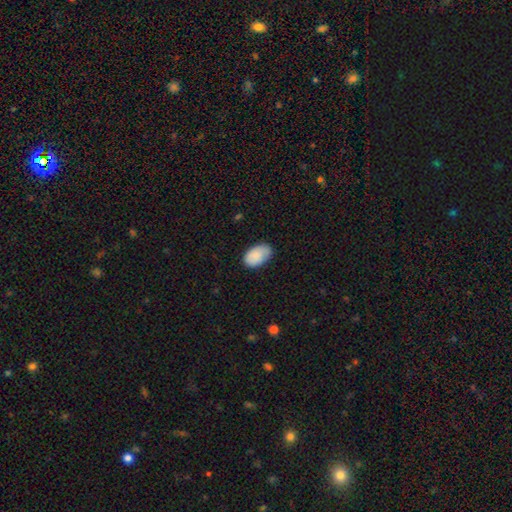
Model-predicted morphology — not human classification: type=smooth (86%); roundness=in between (93%); merging=none (74%).